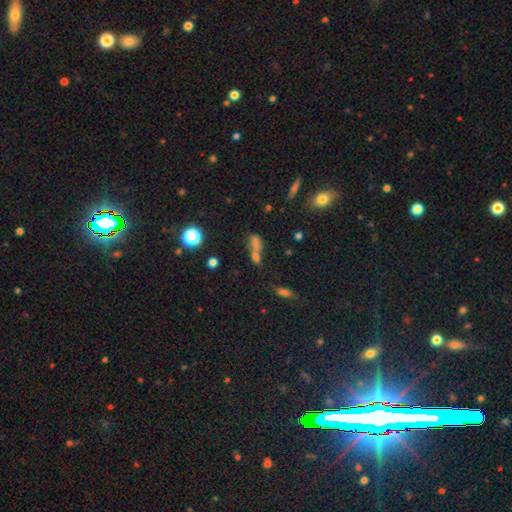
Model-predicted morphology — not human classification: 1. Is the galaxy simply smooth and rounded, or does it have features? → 58% smooth, 27% star or artifact, 15% featured or disk.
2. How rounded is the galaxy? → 51% in between, 25% round, 24% cigar-shaped.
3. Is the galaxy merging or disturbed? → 47% merger, 34% none, 10% minor disturbance, 8% major disturbance.